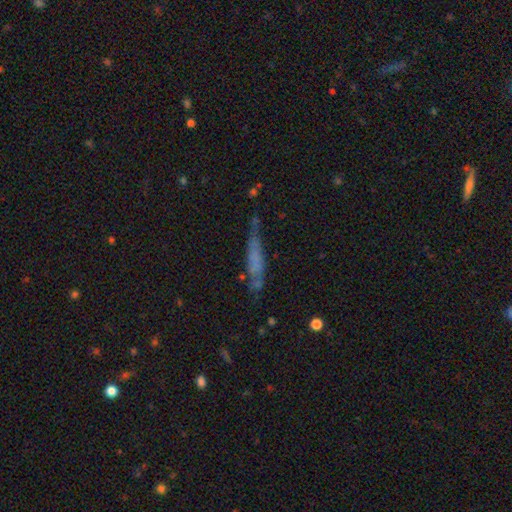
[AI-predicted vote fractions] smooth-or-featured: smooth: 51% | featured or disk: 37% | star or artifact: 12%
  how-rounded: cigar-shaped: 84% | in between: 13% | round: 2%
  merging: none: 53% | minor disturbance: 27% | major disturbance: 13% | merger: 7%